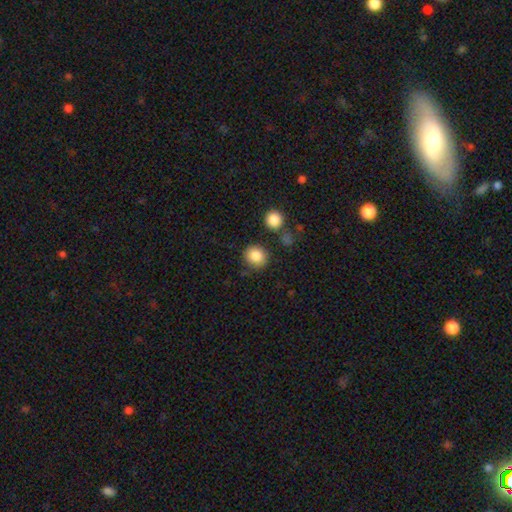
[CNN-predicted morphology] smooth 85%, star or artifact 9%, featured or disk 6%. Down the decision tree: how rounded — round (83%); merging — none (83%).